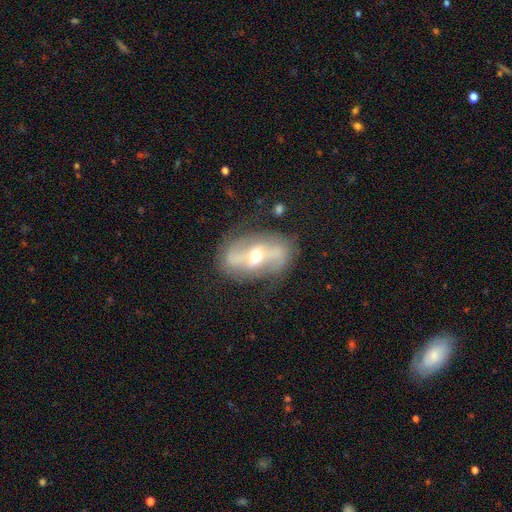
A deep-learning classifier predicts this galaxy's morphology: featured or disk 77%, smooth 14%, star or artifact 9%. Down the decision tree: edge-on disk — no (93%); bar — strong (34%, tied with weak); spiral arms — yes (82%); spiral arm count — 2 (87%); spiral winding — loose (43%); bulge size — moderate (69%); merging — none (74%).